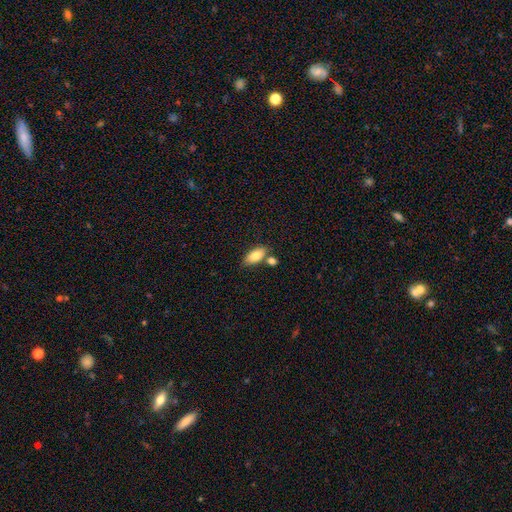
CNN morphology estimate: The model was most divided on "merging": none: 65%, merger: 19%, minor disturbance: 13%, major disturbance: 3%. More confident: how rounded — in between (89%); smooth or featured — smooth (79%).